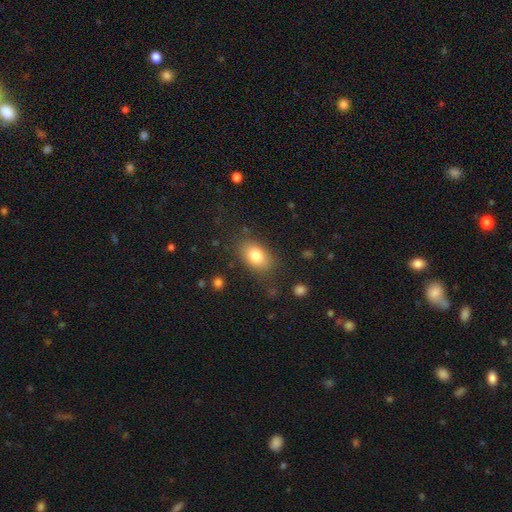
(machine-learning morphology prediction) A smooth galaxy with no disk features (80%) that is in between round and cigar-shaped (84%).

Vote fractions:
- Smooth or featured? smooth: 80% / featured or disk: 12% / star or artifact: 8%
- How rounded? in between: 84% / round: 14% / cigar-shaped: 2%
- Merging? none: 79% / minor disturbance: 14% / major disturbance: 5% / merger: 2%